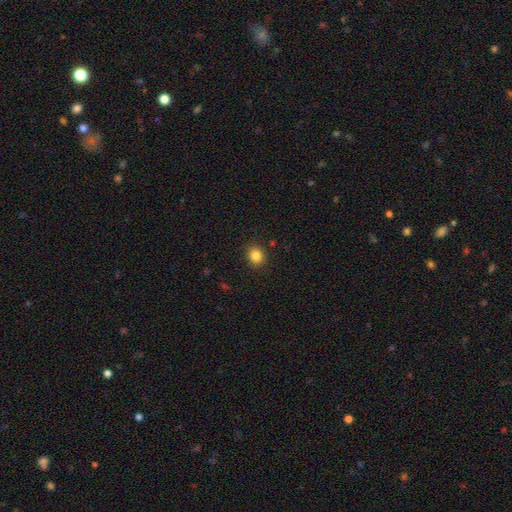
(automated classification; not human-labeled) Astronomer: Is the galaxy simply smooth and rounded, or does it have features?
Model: smooth — 84%.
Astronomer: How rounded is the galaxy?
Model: round — 75%.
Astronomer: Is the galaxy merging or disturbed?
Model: none — 89%.